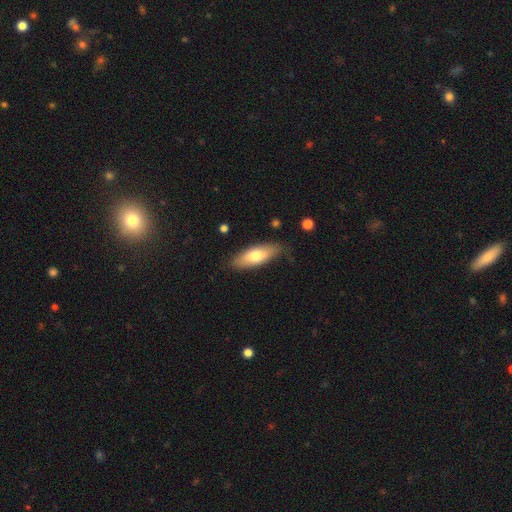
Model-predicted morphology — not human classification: This is likely a smooth galaxy (69%). How rounded: likely in between (67%). Merging: clearly none (81%).